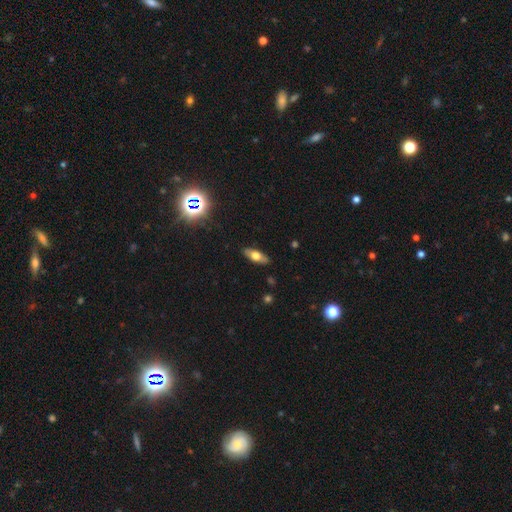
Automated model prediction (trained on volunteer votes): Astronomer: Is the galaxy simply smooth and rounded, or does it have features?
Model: smooth — 58% (runner-up: featured or disk, 33%).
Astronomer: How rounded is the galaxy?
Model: in between — 73%.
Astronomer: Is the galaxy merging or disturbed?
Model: none — 87%.